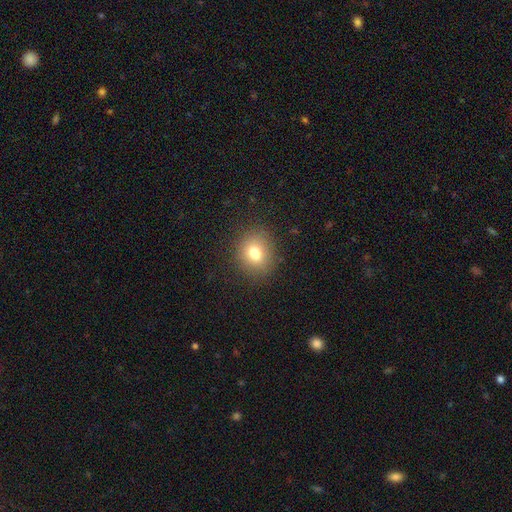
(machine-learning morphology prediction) Smooth or featured: smooth — 77% (star or artifact — 12%)
How rounded: round — 64% (in between — 35%)
Merging: none — 83% (minor disturbance — 11%)